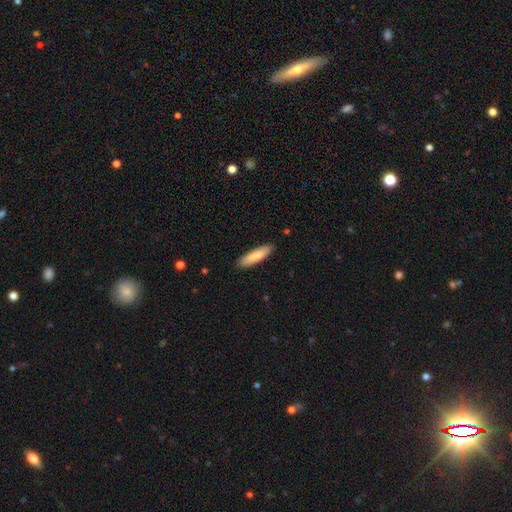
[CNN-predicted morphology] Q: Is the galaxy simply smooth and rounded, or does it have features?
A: smooth — 83%.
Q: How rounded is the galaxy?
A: cigar-shaped — 69%.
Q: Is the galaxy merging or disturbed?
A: none — 88%.